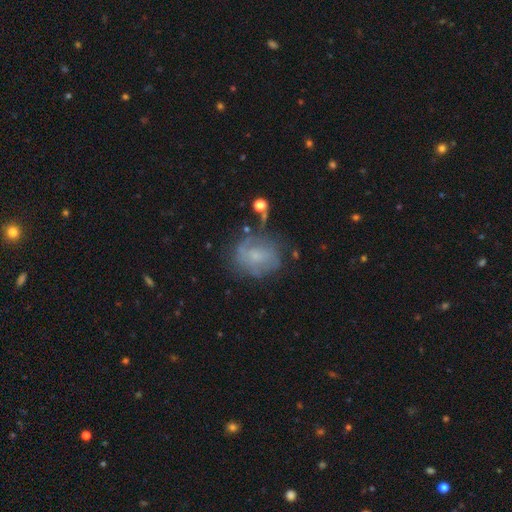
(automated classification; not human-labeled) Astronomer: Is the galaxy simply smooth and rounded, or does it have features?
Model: featured or disk — 48% (runner-up: smooth, 40%).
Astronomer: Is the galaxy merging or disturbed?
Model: none — 59%.